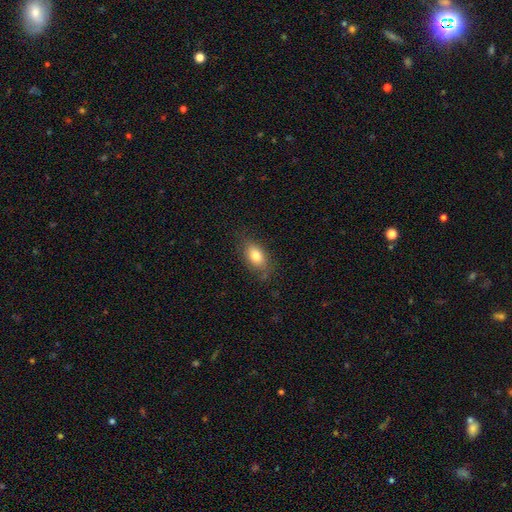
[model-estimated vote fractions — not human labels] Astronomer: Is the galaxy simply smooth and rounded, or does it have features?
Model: smooth — 79%.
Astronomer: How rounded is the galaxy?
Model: in between — 86%.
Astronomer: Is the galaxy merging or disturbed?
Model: none — 77%.